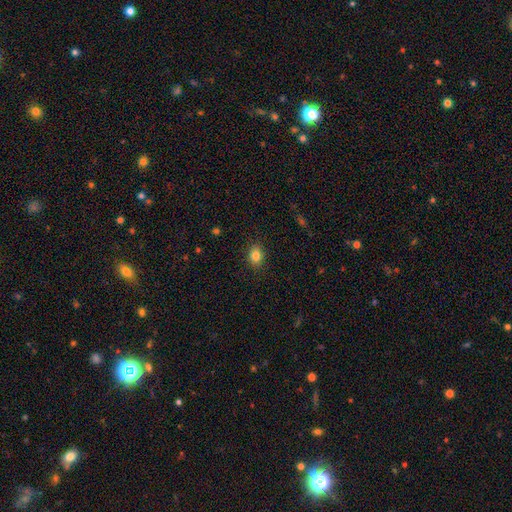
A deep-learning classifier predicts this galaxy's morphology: Smooth or featured? smooth (83%)
How rounded? in between (61%)
Merging? none (88%)